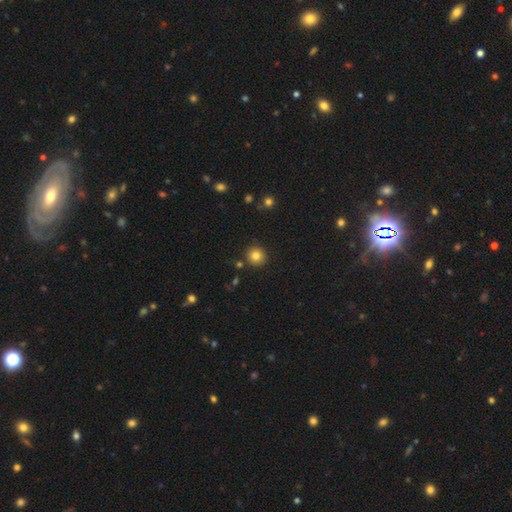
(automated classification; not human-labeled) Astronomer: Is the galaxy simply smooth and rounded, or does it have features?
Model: smooth — 82%.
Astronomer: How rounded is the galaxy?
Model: round — 93%.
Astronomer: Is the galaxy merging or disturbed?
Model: none — 88%.